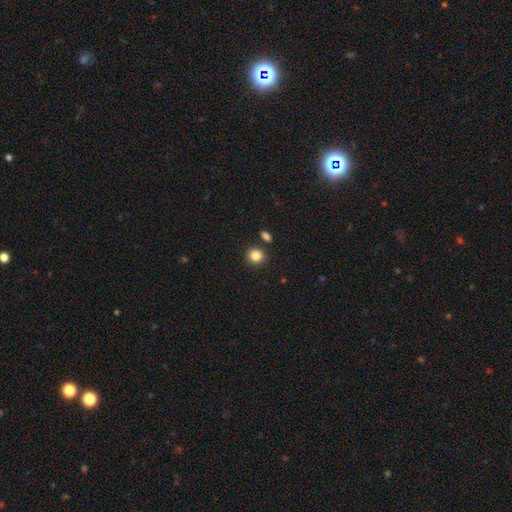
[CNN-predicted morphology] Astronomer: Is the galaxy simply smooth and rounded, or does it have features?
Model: smooth — 86%.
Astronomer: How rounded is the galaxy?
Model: round — 86%.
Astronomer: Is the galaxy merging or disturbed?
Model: none — 86%.